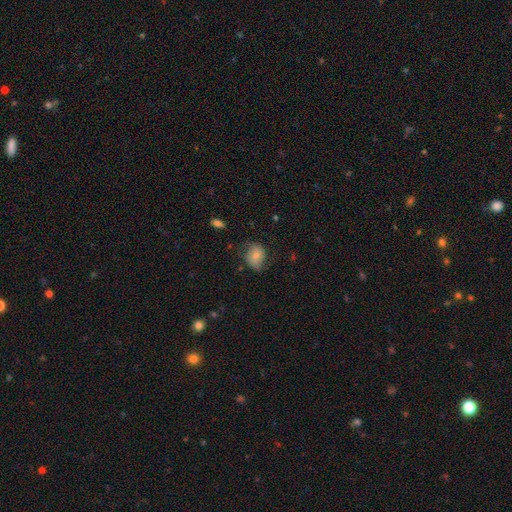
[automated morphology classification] smooth 74%, featured or disk 18%, star or artifact 9%. Down the decision tree: how rounded — in between (55%); merging — none (60%).